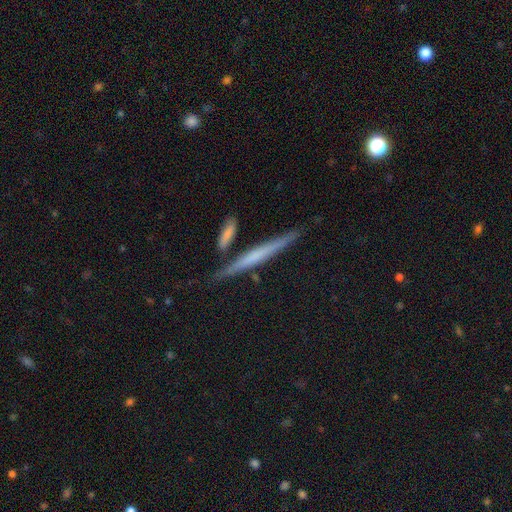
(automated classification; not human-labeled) featured or disk 49%, smooth 44%, star or artifact 7%. Down the decision tree: merging — none (79%).